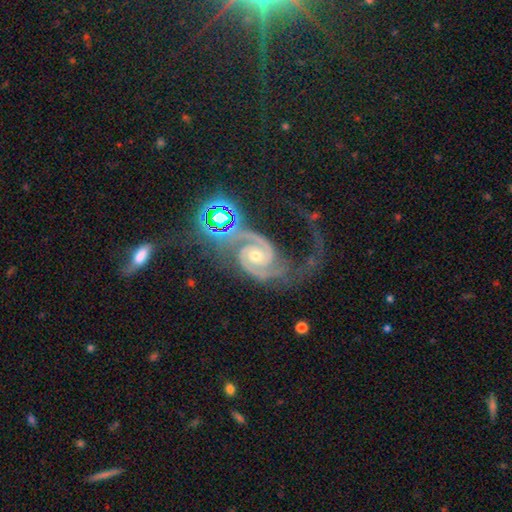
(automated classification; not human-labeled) This appears to be a featured or disk galaxy (90%) with no bar (60%), 2 (88%) medium (47%) spiral arms (99%) and a moderate central bulge (49%). Merging: none (39%).